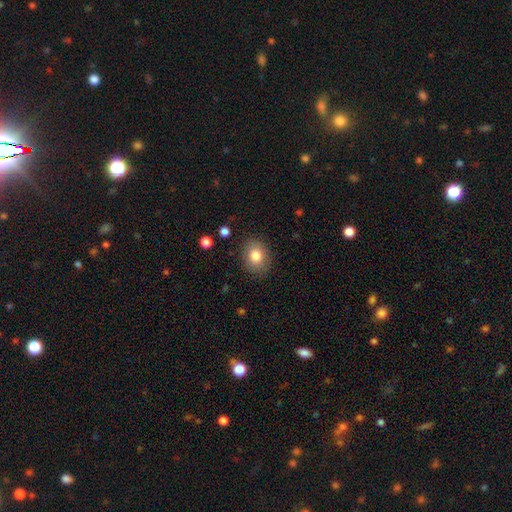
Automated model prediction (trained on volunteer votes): Smooth or featured: smooth — 81% (featured or disk — 10%)
How rounded: in between — 50% (round — 49%)
Merging: none — 84% (minor disturbance — 12%)